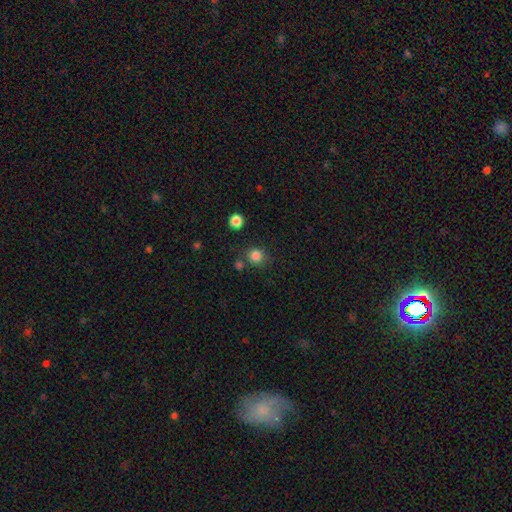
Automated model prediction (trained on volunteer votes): This appears to be a smooth galaxy with no disk features (83%) that is round (89%). Merging: none (77%).